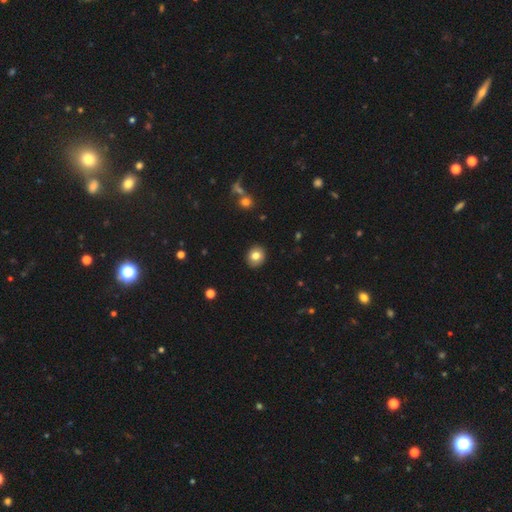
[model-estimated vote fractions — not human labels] A smooth galaxy with no disk features (79%) that is round (72%). Merging: none (91%).